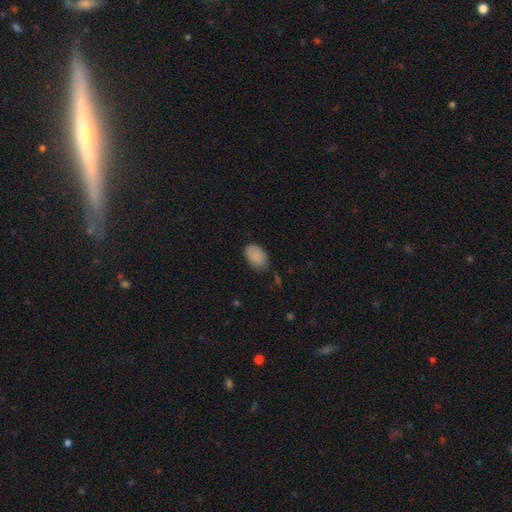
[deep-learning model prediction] This is clearly a smooth galaxy (89%). How rounded: clearly in between (90%). Merging: likely none (72%).